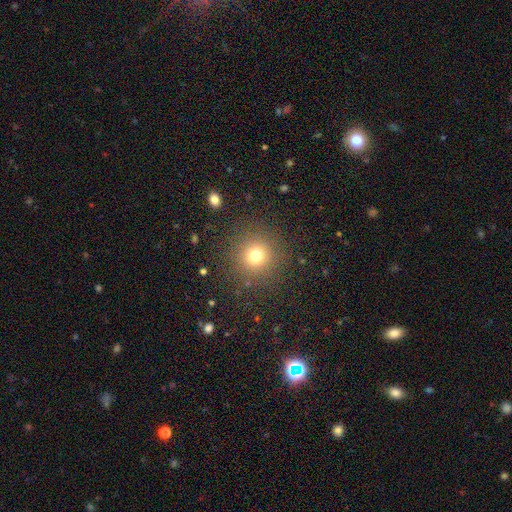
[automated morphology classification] type=smooth (74%); roundness=round (95%); merging=none (88%).